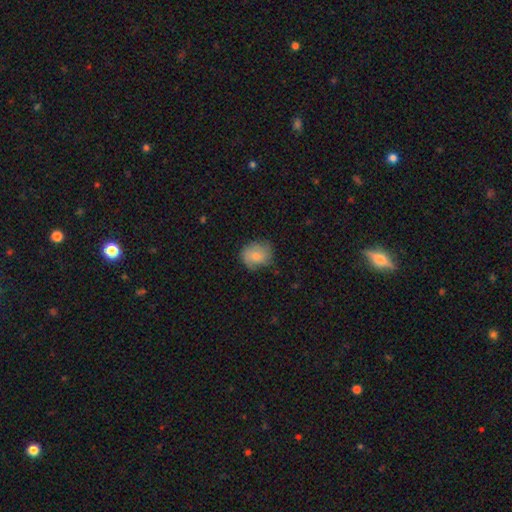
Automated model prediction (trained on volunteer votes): Smooth or featured?
  - smooth: 69% *
  - featured or disk: 23%
  - star or artifact: 7%
How rounded?
  - round: 69% *
  - in between: 31%
  - cigar-shaped: 1%
Merging?
  - none: 64% *
  - minor disturbance: 27%
  - major disturbance: 8%
  - merger: 1%